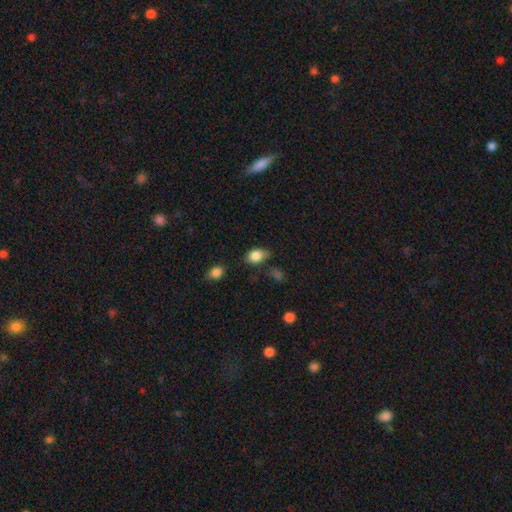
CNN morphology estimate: A smooth galaxy with no disk features (84%) that is in between round and cigar-shaped (73%). Merging: none (58%).